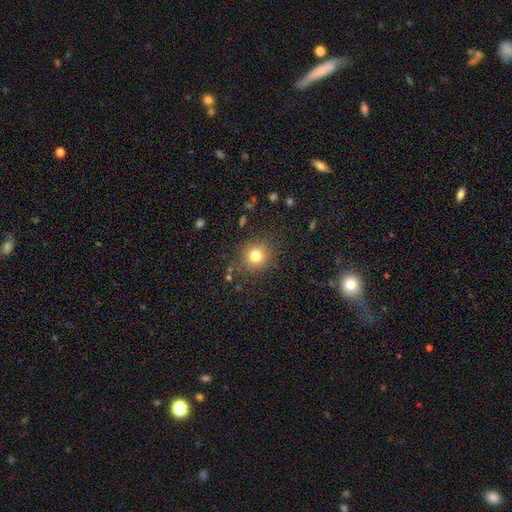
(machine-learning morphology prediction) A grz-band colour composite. It shows a smooth galaxy with no disk features (79%) that is round (88%). Merging: none (85%).